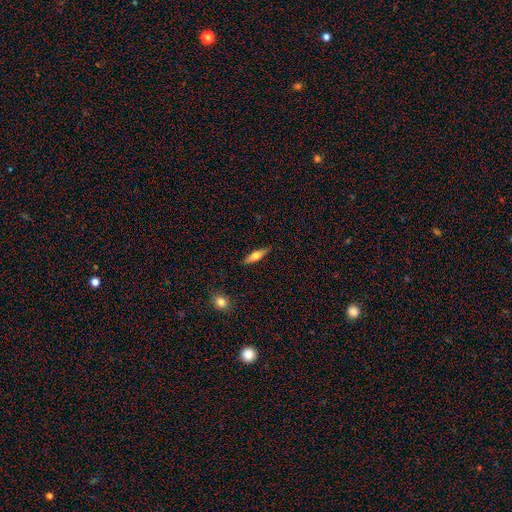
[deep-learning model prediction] A smooth galaxy with no disk features (56%) that is cigar-shaped (61%).

Vote fractions:
- Smooth or featured? smooth: 56% / featured or disk: 38% / star or artifact: 6%
- How rounded? cigar-shaped: 61% / in between: 36% / round: 3%
- Merging? none: 88% / minor disturbance: 9% / major disturbance: 2% / merger: 1%